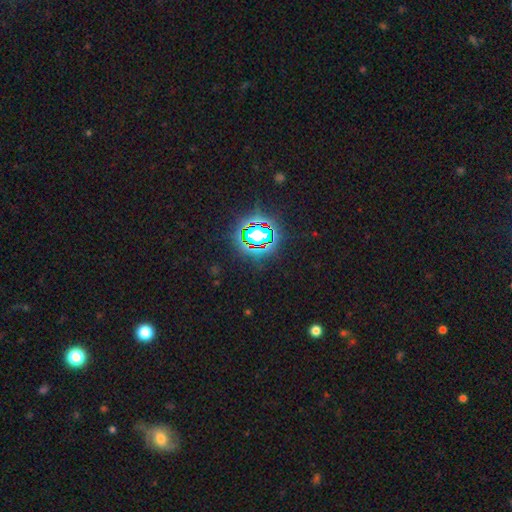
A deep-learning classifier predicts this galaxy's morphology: The model was most divided on "smooth or featured": star or artifact: 82%, smooth: 11%, featured or disk: 7%.